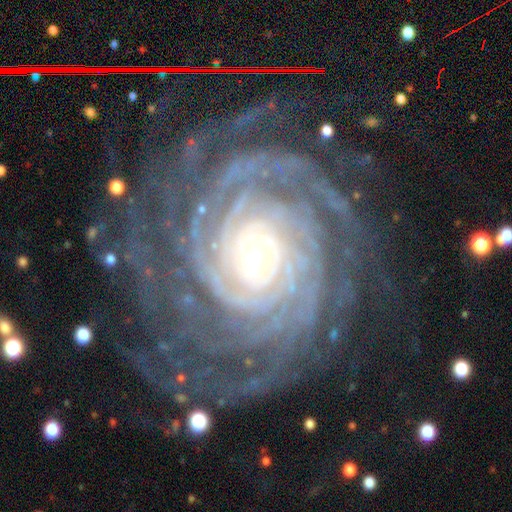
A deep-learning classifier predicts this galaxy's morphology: This appears to be a featured or disk galaxy (93%) with a weak bar (38%), more than 4 (32%) tight (87%) spiral arms (99%) and a small central bulge (55%). Merging: none (78%).